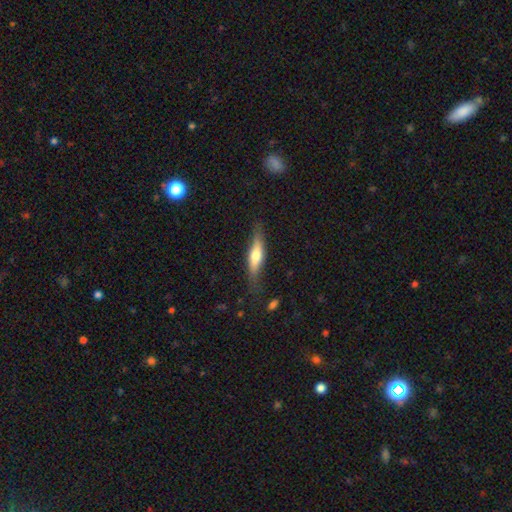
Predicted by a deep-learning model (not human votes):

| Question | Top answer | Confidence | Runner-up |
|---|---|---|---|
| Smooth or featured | smooth | 53% | featured or disk (41%) |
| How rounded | cigar-shaped | 70% | in between (28%) |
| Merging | none | 74% | minor disturbance (19%) |